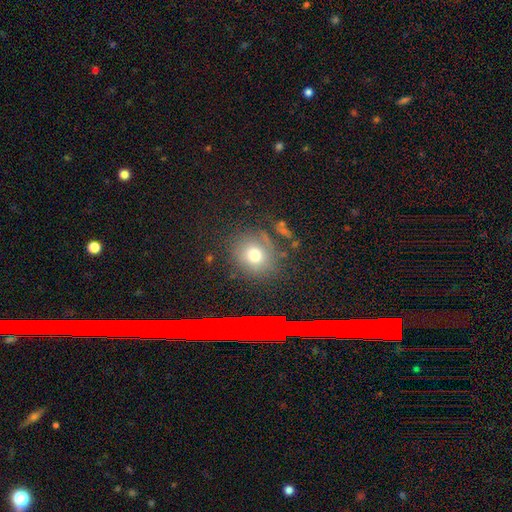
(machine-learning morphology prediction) Smooth or featured? Predicted: smooth (p=0.55). How rounded? Predicted: round (p=0.78). Merging? Predicted: none (p=0.86).